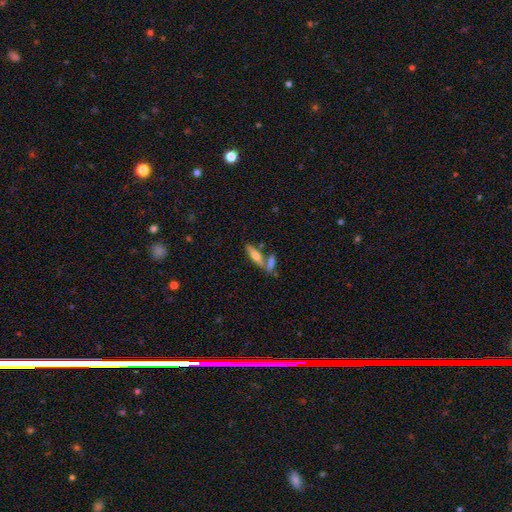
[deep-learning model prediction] Smooth or featured? smooth (61%)
How rounded? cigar-shaped (61%)
Merging? none (59%)